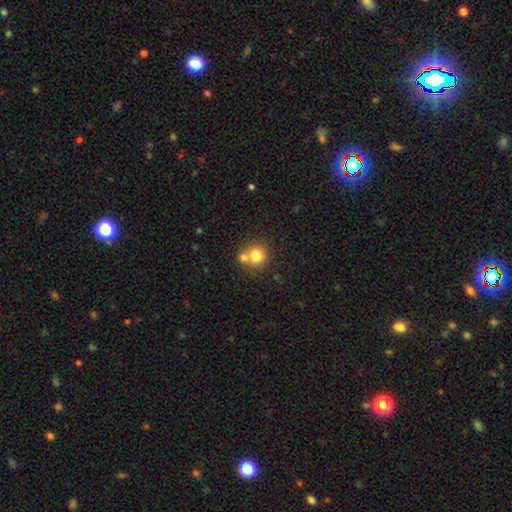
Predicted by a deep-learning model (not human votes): Overall: smooth (77%). How rounded: round (90%). Merging: none (51%; merger 38%).